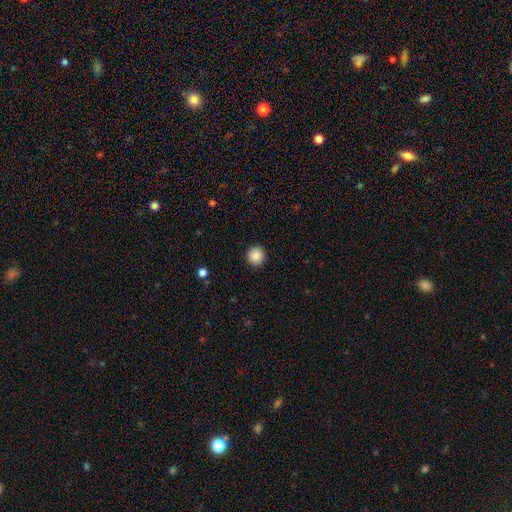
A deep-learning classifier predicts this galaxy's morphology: A smooth galaxy with no disk features (87%) that is round (93%). Merging: none (92%).